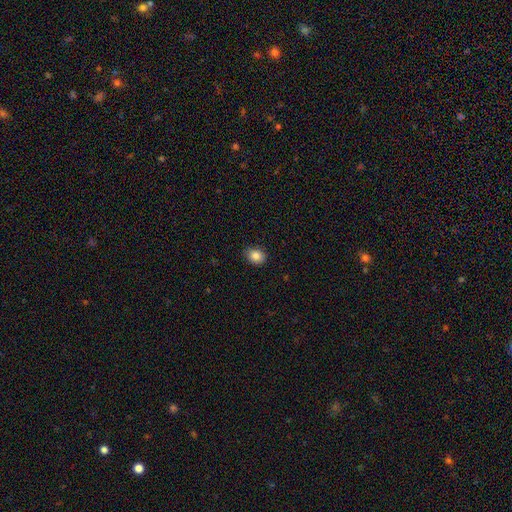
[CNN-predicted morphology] A smooth galaxy with no disk features (85%) that is in between round and cigar-shaped (55%). Merging: none (85%).